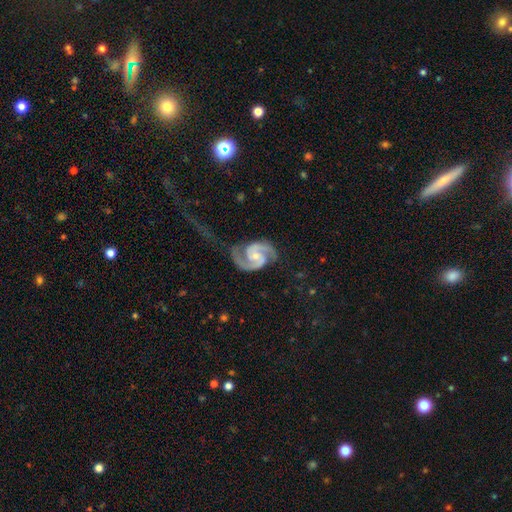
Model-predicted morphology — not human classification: Smooth or featured? featured or disk (93%)
Edge-on disk? no (98%)
Bar? no (50%)
Spiral arms? yes (99%)
Spiral winding? medium (58%)
Spiral arm count? 2 (94%)
Bulge size? small (55%)
Merging? none (69%)